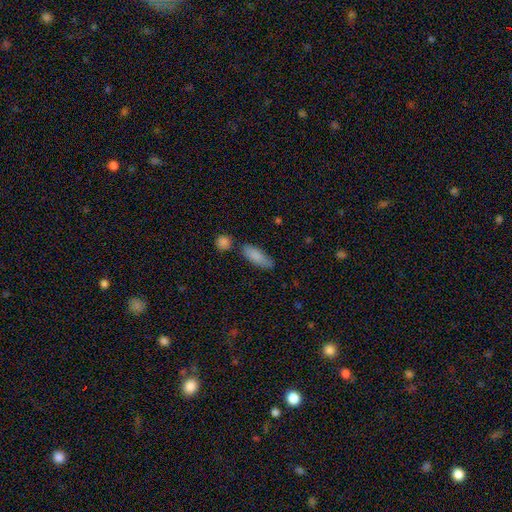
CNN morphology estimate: This is clearly a smooth galaxy (85%). How rounded: likely in between (71%). Merging: likely none (69%).